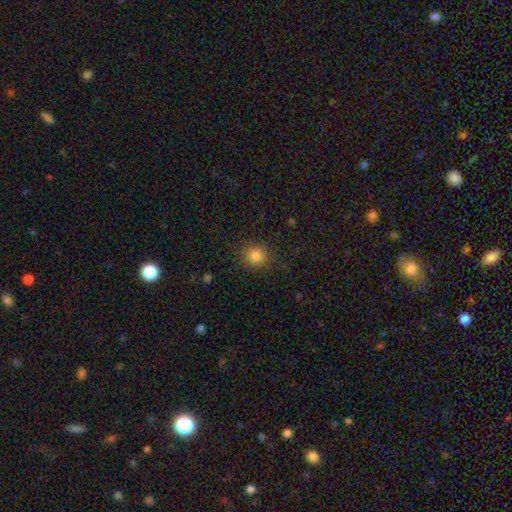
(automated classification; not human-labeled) A smooth galaxy with no disk features (84%) that is round (89%). Merging: none (87%).